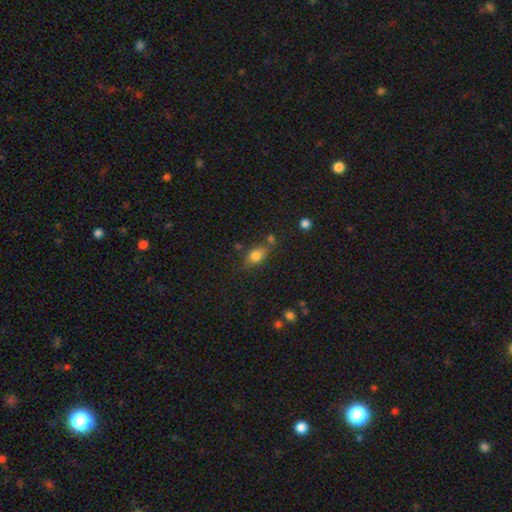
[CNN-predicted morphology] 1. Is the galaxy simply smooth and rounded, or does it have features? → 79% smooth, 11% star or artifact, 10% featured or disk.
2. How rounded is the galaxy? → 75% in between, 20% round, 5% cigar-shaped.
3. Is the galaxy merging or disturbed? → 61% none, 20% minor disturbance, 13% merger, 6% major disturbance.